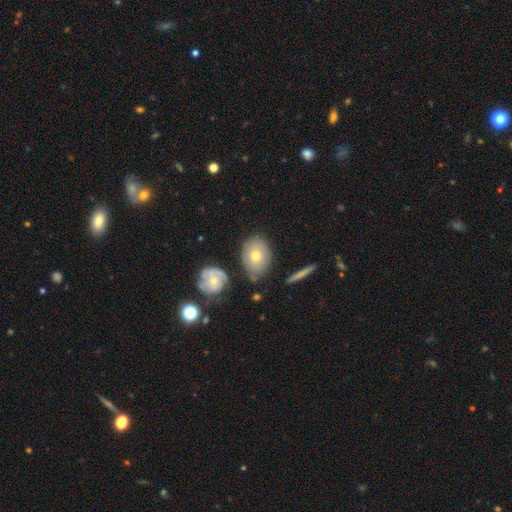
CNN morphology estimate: This appears to be a smooth galaxy with no disk features (65%) that is in between round and cigar-shaped (72%). Merging: none (67%).